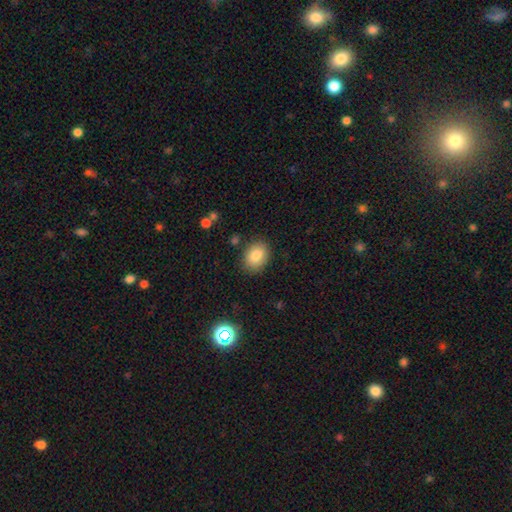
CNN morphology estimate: Q: Smooth or featured?
A: smooth (83%); runner-up: star or artifact (8%)
Q: How rounded?
A: in between (67%); runner-up: round (32%)
Q: Merging?
A: none (83%); runner-up: minor disturbance (12%)